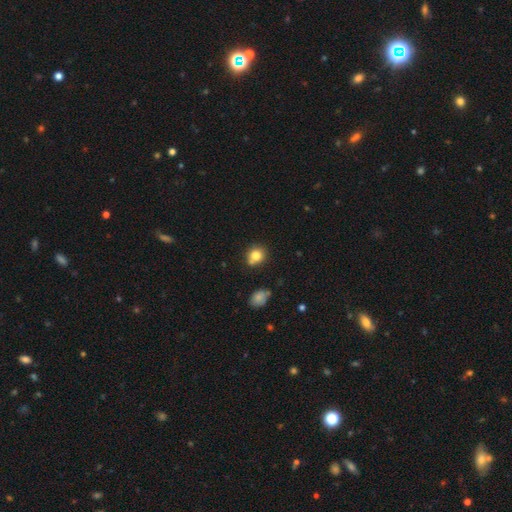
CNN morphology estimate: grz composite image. It shows a smooth galaxy with no disk features (80%) that is round (77%). Merging: none (65%).